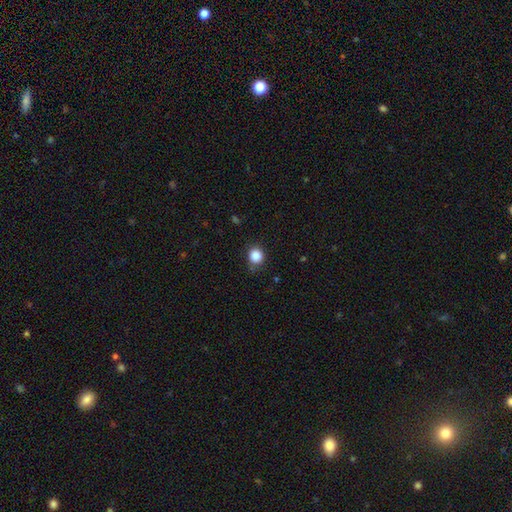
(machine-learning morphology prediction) This is clearly a smooth galaxy (86%). How rounded: clearly round (83%). Merging: likely none (79%).